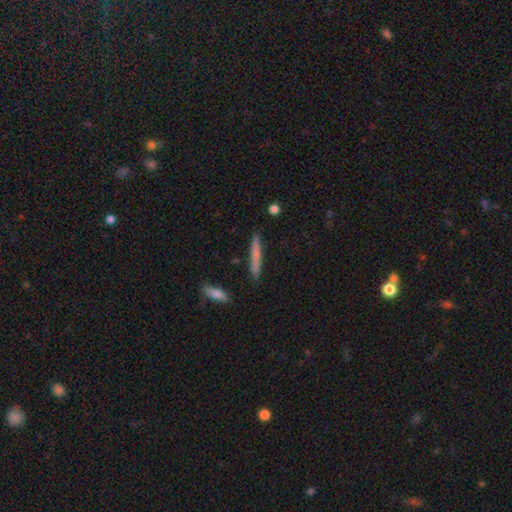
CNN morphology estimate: The model was most divided on "smooth or featured": smooth: 69%, featured or disk: 25%, star or artifact: 6%. More confident: how rounded — cigar-shaped (95%); merging — none (88%).